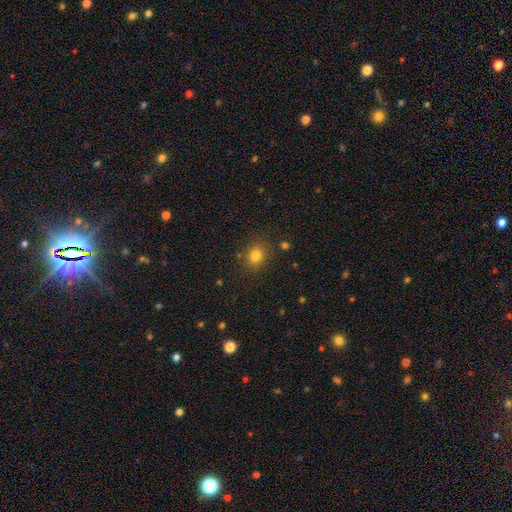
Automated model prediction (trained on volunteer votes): This appears to be a smooth galaxy with no disk features (80%) that is round (66%). Merging: none (83%).